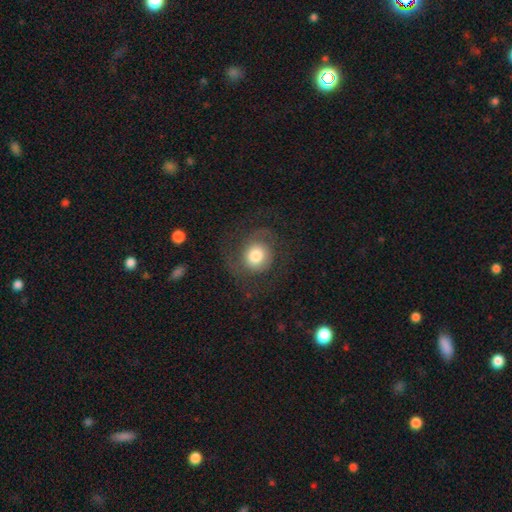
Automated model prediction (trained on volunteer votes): A smooth galaxy with no disk features (51%) that is round (84%).

Vote fractions:
- Smooth or featured? smooth: 51% / featured or disk: 40% / star or artifact: 9%
- How rounded? round: 84% / in between: 15% / cigar-shaped: 1%
- Merging? none: 65% / major disturbance: 19% / minor disturbance: 15% / merger: 2%